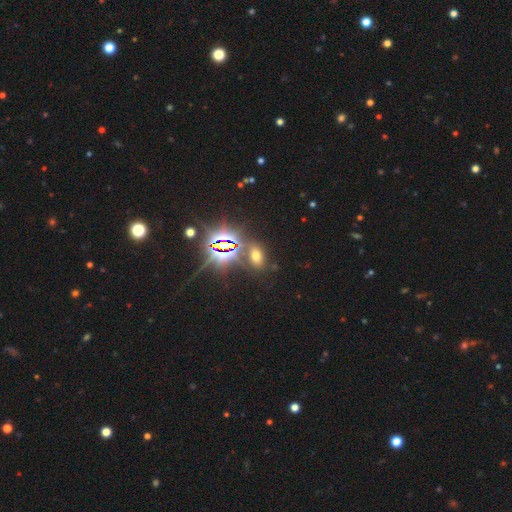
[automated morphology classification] type=star or artifact (48%).